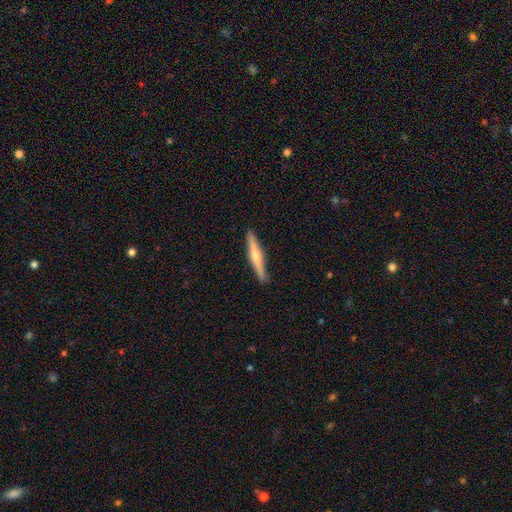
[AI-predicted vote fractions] Smooth or featured? Predicted: featured or disk (p=0.51). Edge-on disk? Predicted: yes (p=0.97). Merging? Predicted: none (p=0.89).